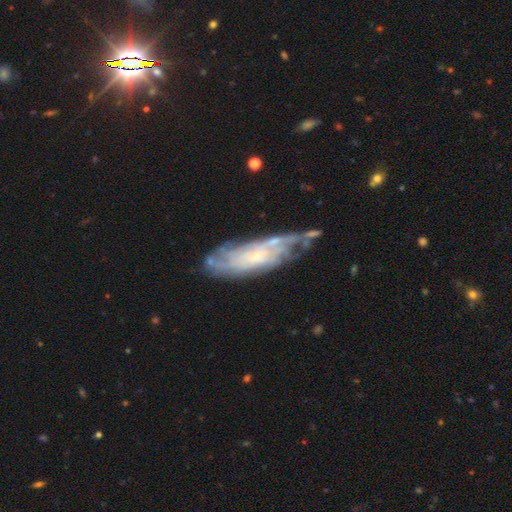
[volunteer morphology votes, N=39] A featured or disk galaxy (67%) with no bar (74%), medium (39%) spiral arms (78%) and a small central bulge (83%).

Vote fractions:
- Smooth or featured? featured or disk: 67% / smooth: 26% / star or artifact: 8%
- Edge-on disk? no: 88% / yes: 12%
- Bar? no: 74% / weak: 26% / strong: 0%
- Spiral arms? yes: 78% / no: 22%
- Spiral winding? medium: 39% / tight: 33% / loose: 28%
- Spiral arm count? can't tell: 67% / 1: 11% / 2: 11% / 4: 6% / more than 4: 6% / 3: 0%
- Bulge size? small: 83% / moderate: 9% / dominant: 4% / none: 4% / large: 0%
- Merging? none: 44% / minor disturbance: 39% / merger: 11% / major disturbance: 6%